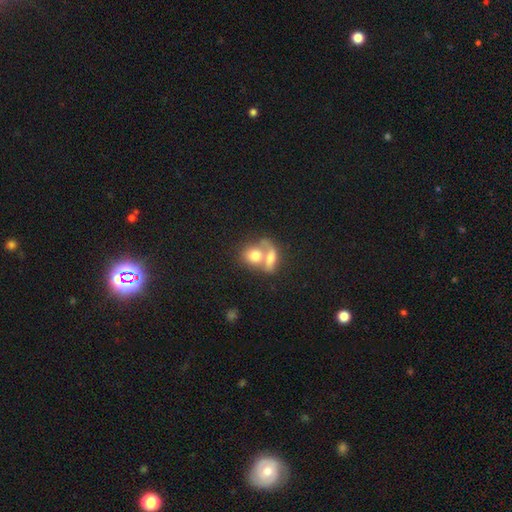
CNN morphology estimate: type=smooth (72%); roundness=in between (56%); merging=merger (68%).